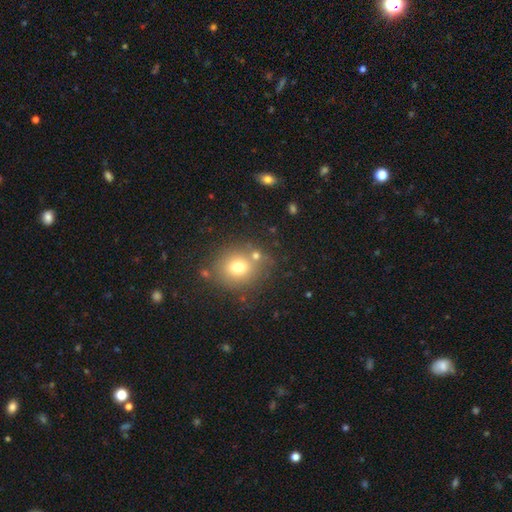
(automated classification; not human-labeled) This appears to be a smooth galaxy with no disk features (70%) that is round (78%). Merging: none (71%).